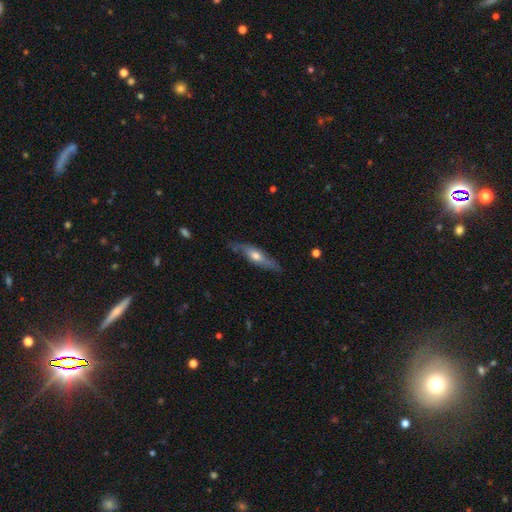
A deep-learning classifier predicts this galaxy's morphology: A featured or disk galaxy (56%) viewed edge-on (77%).

Vote fractions:
- Smooth or featured? featured or disk: 56% / smooth: 38% / star or artifact: 6%
- Edge-on disk? yes: 77% / no: 23%
- Merging? none: 74% / minor disturbance: 20% / major disturbance: 4% / merger: 2%